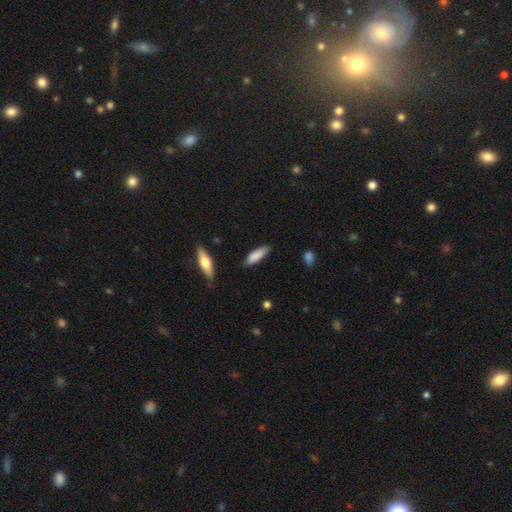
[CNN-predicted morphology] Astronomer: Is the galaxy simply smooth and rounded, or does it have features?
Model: smooth — 83%.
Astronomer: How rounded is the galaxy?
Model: cigar-shaped — 54% (runner-up: in between, 45%).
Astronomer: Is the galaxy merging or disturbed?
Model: none — 80%.